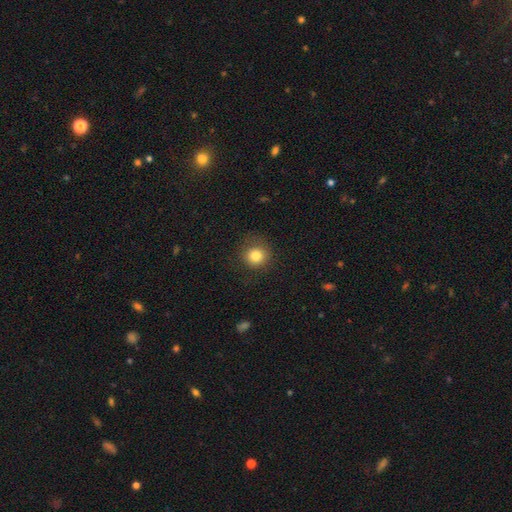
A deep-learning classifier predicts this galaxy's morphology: Smooth or featured? smooth (81%)
How rounded? round (90%)
Merging? none (82%)